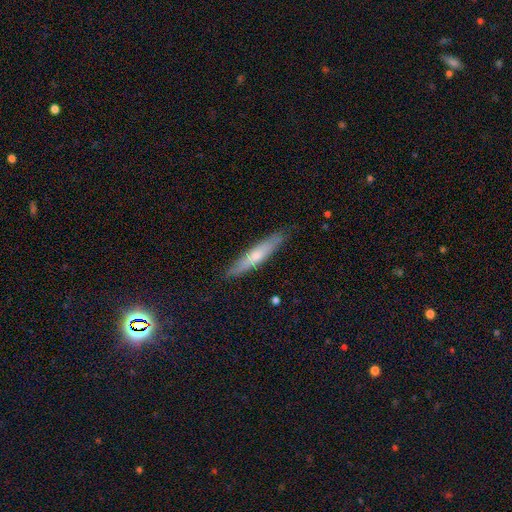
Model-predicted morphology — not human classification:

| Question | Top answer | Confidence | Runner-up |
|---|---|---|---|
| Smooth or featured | smooth | 55% | featured or disk (39%) |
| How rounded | cigar-shaped | 88% | in between (10%) |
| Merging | none | 86% | minor disturbance (11%) |